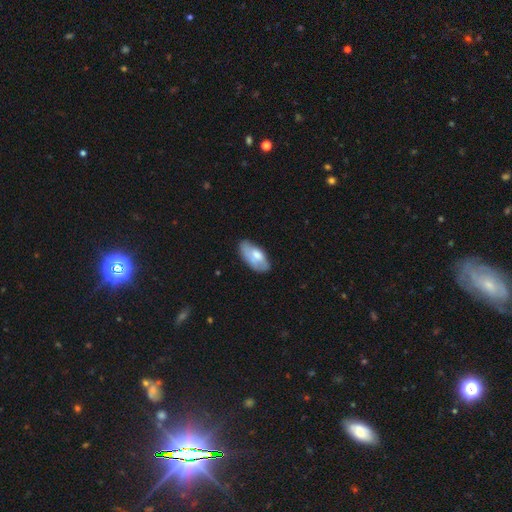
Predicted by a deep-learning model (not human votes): Overall: smooth (65%; featured or disk 29%). How rounded: in between (92%). Merging: none (56%; minor disturbance 32%).